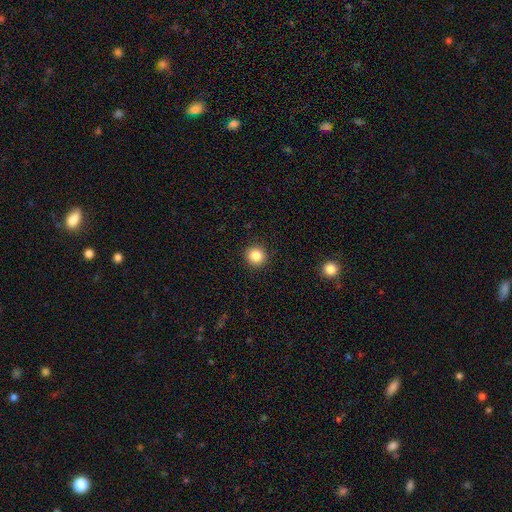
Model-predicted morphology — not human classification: smooth 85%, star or artifact 10%, featured or disk 5%. Down the decision tree: how rounded — round (93%); merging — none (93%).